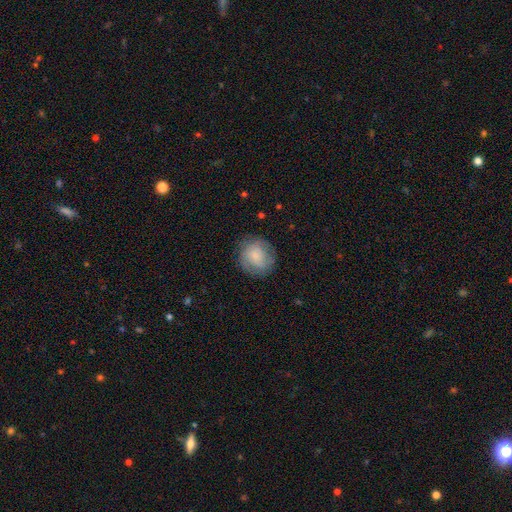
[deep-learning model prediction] A smooth galaxy with no disk features (65%) that is round (82%).

Vote fractions:
- Smooth or featured? smooth: 65% / featured or disk: 27% / star or artifact: 8%
- How rounded? round: 82% / in between: 17% / cigar-shaped: 1%
- Merging? none: 77% / minor disturbance: 16% / major disturbance: 6% / merger: 1%